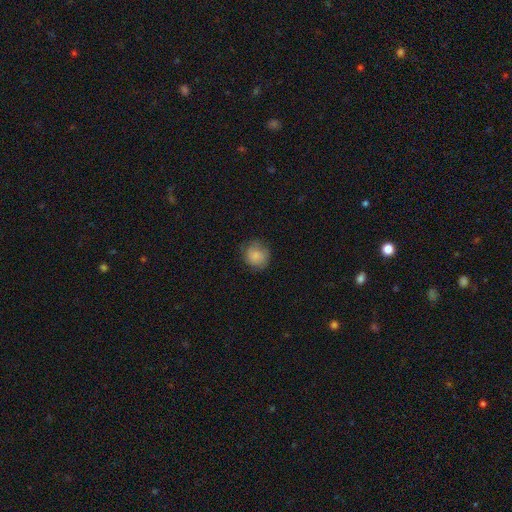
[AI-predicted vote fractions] Morphology: type=smooth (83%); roundness=round (85%); merging=none (75%).